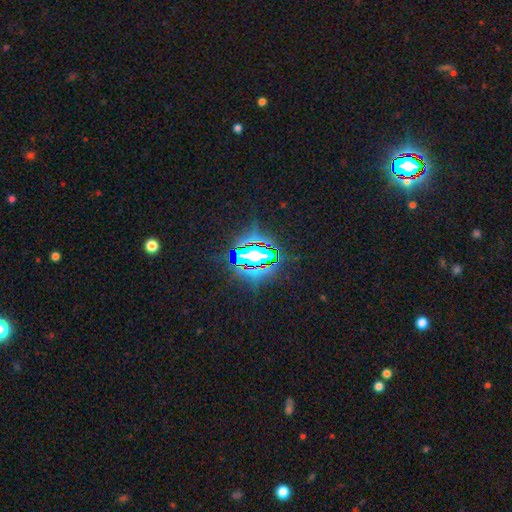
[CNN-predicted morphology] star or artifact 73%, smooth 16%, featured or disk 11%.